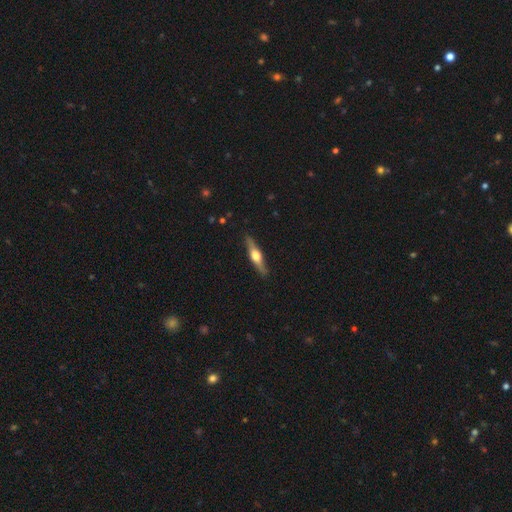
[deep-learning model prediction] This is likely a featured or disk galaxy (69%). It is clearly viewed edge-on (96%). Edge-on bulge: clearly rounded (94%). Merging: clearly none (89%).